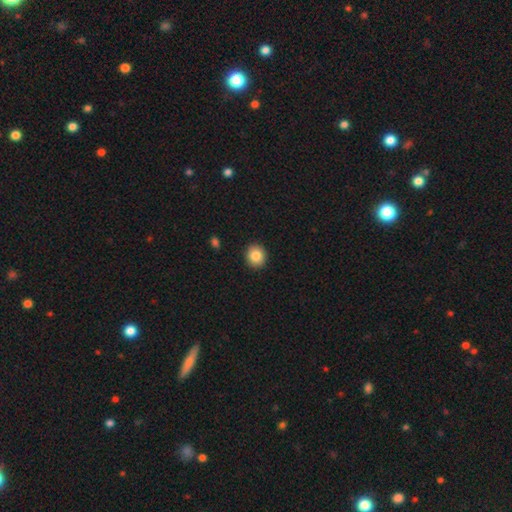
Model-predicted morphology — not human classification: Smooth or featured? Predicted: smooth (p=0.85). How rounded? Predicted: round (p=0.84). Merging? Predicted: none (p=0.92).